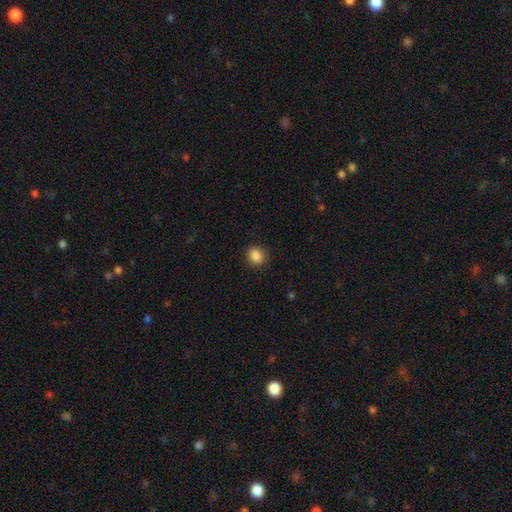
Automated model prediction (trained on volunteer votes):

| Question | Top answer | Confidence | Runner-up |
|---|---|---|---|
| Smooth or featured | smooth | 87% | star or artifact (10%) |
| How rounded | round | 70% | in between (29%) |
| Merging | none | 89% | minor disturbance (8%) |